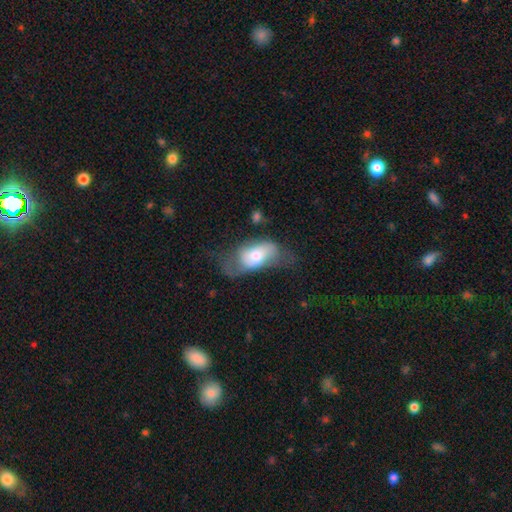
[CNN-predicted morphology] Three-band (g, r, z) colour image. It shows a smooth galaxy with no disk features (56%) that is in between round and cigar-shaped (89%). Merging: none (36%).